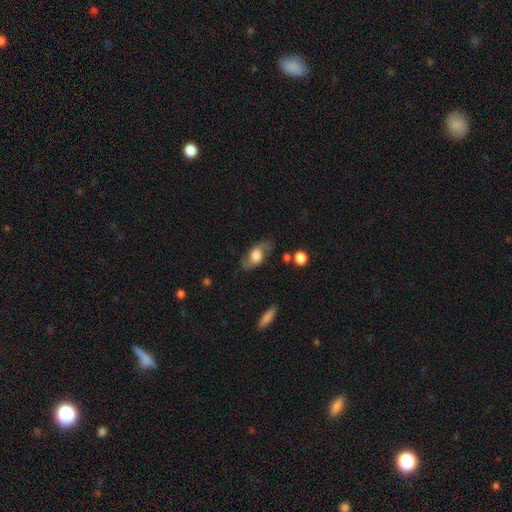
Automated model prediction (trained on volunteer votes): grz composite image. It shows a smooth galaxy with no disk features (47%). Merging: none (69%).